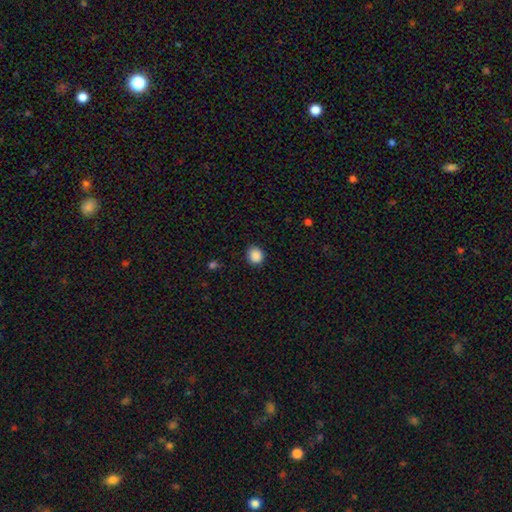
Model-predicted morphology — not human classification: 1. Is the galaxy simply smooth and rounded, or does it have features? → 88% smooth, 9% star or artifact, 3% featured or disk.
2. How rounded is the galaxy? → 76% round, 23% in between, 1% cigar-shaped.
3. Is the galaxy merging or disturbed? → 88% none, 9% minor disturbance, 2% major disturbance, 1% merger.